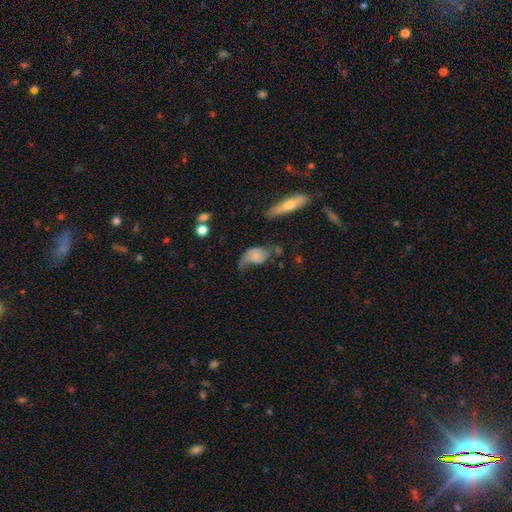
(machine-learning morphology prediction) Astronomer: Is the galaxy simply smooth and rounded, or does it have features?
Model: featured or disk — 52% (runner-up: smooth, 40%).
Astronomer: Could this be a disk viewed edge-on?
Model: no — 94%.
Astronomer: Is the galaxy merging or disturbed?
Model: none — 32% (runner-up: major disturbance, 30%).